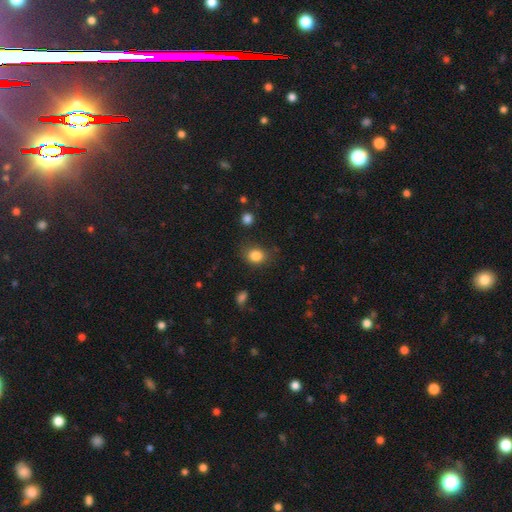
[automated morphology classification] Smooth or featured: smooth — 84% (star or artifact — 11%)
How rounded: round — 54% (in between — 45%)
Merging: none — 76% (minor disturbance — 17%)